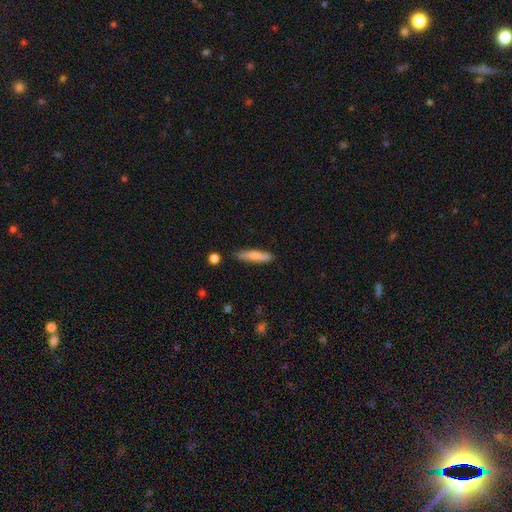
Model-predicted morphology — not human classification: This is likely a smooth galaxy (76%). How rounded: clearly cigar-shaped (88%). Merging: clearly none (81%).